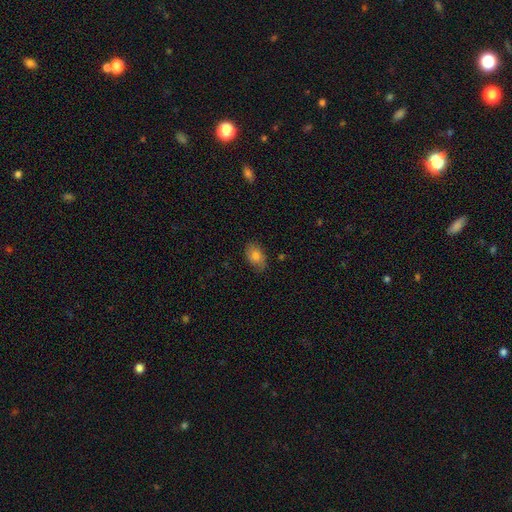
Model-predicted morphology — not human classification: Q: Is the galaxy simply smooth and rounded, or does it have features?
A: smooth — 79%.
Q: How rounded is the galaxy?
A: in between — 87%.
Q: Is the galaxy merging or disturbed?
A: none — 77%.